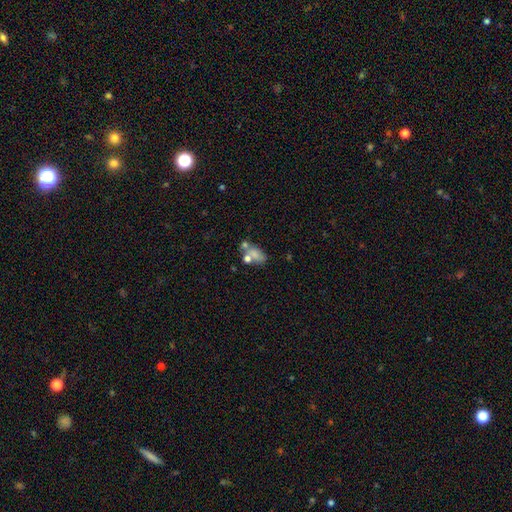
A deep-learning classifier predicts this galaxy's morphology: Overall: smooth (57%; featured or disk 24%). How rounded: in between (77%). Merging: none (39%; merger 34%).